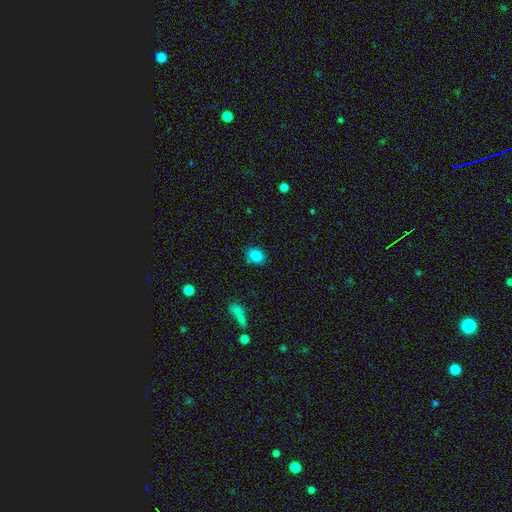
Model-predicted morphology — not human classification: A smooth galaxy with no disk features (86%) that is in between round and cigar-shaped (60%).

Vote fractions:
- Smooth or featured? smooth: 86% / star or artifact: 10% / featured or disk: 4%
- How rounded? in between: 60% / round: 39% / cigar-shaped: 1%
- Merging? none: 83% / minor disturbance: 12% / major disturbance: 3% / merger: 2%